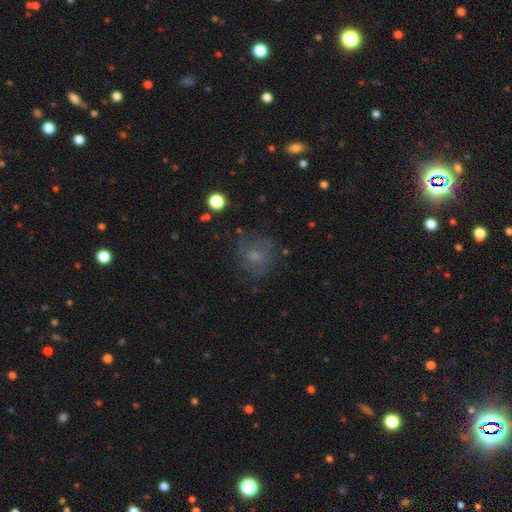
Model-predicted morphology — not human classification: This is possibly a smooth galaxy (54%). How rounded: likely round (80%). Merging: likely none (66%).